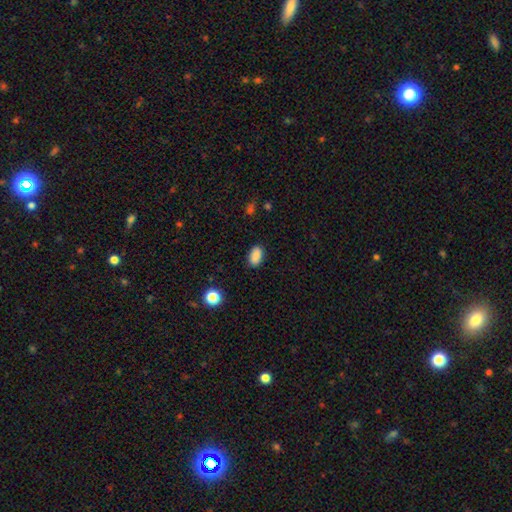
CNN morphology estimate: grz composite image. It shows a smooth galaxy with no disk features (88%) that is in between round and cigar-shaped (91%). Merging: none (87%).